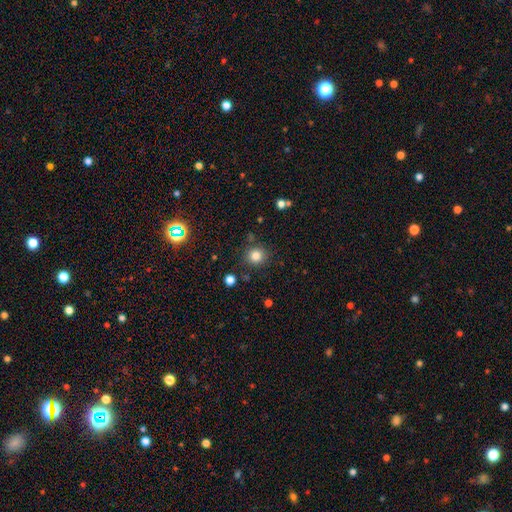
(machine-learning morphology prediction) smooth_or_featured: smooth (p=0.81) [alt: star or artifact p=0.13]
how_rounded: round (p=0.90) [alt: in between p=0.09]
merging: none (p=0.84) [alt: minor disturbance p=0.08]